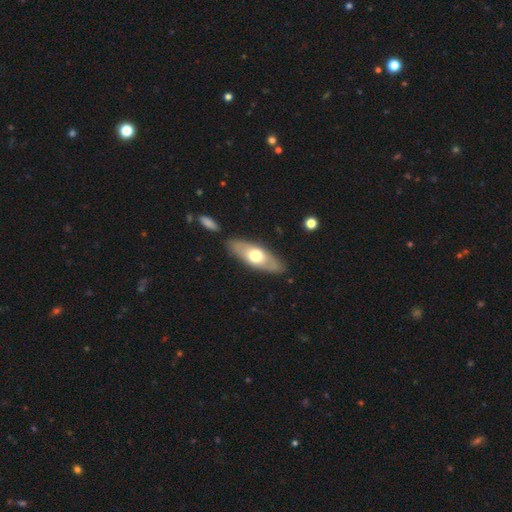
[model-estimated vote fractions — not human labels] Morphology: type=smooth (53%); roundness=in between (67%); merging=none (83%).